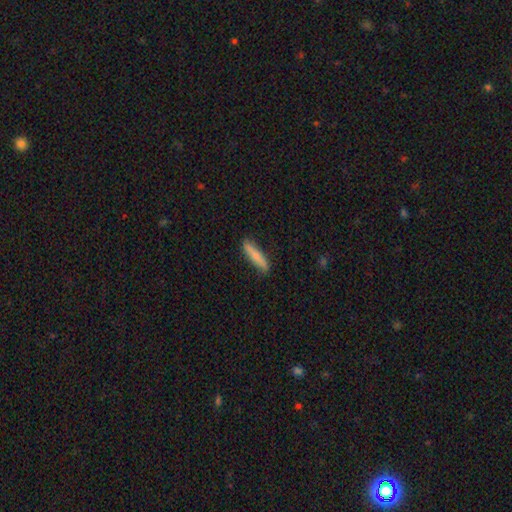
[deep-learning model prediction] This appears to be a smooth galaxy with no disk features (74%) that is cigar-shaped (85%). Merging: none (85%).